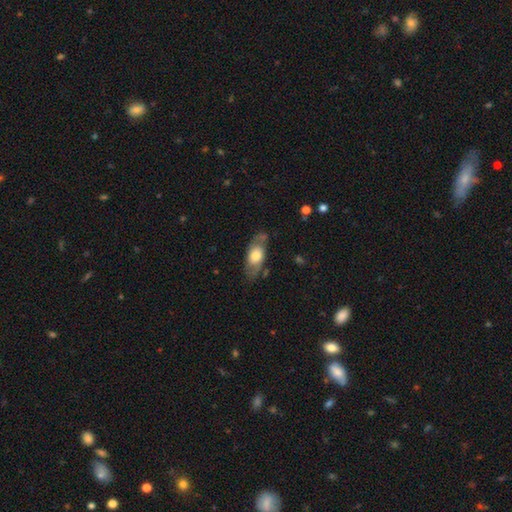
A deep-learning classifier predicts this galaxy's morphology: Overall: smooth (48%; featured or disk 45%). Merging: none (66%).